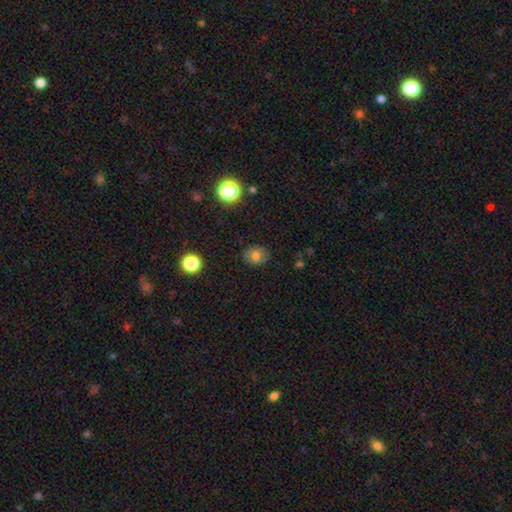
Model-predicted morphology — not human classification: Smooth or featured? smooth (73%)
How rounded? round (60%)
Merging? none (86%)